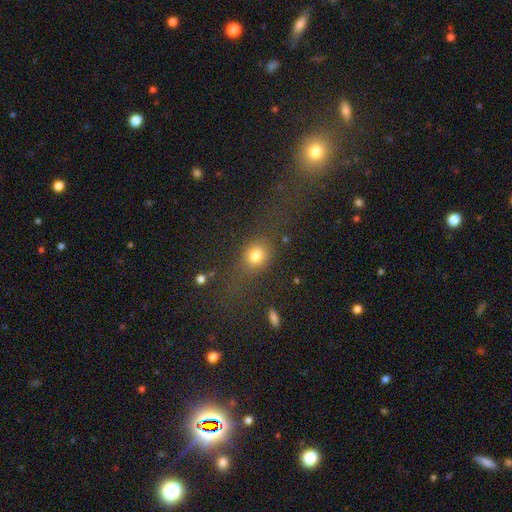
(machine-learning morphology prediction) smooth_or_featured: smooth (p=0.76) [alt: star or artifact p=0.14]
how_rounded: round (p=0.56) [alt: in between p=0.39]
merging: none (p=0.58) [alt: major disturbance p=0.16]